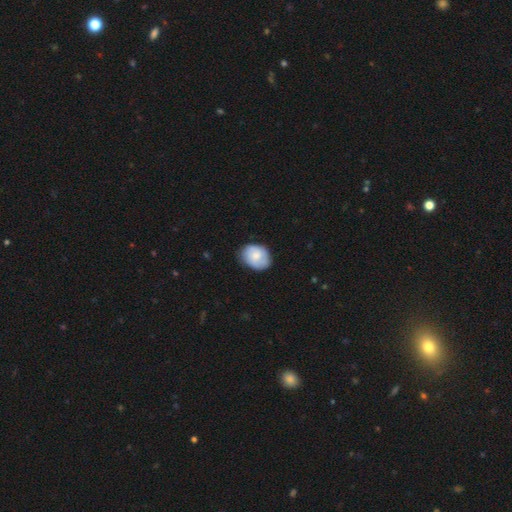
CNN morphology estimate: Overall: smooth (66%; featured or disk 27%). How rounded: in between (58%; round 41%). Merging: none (75%).